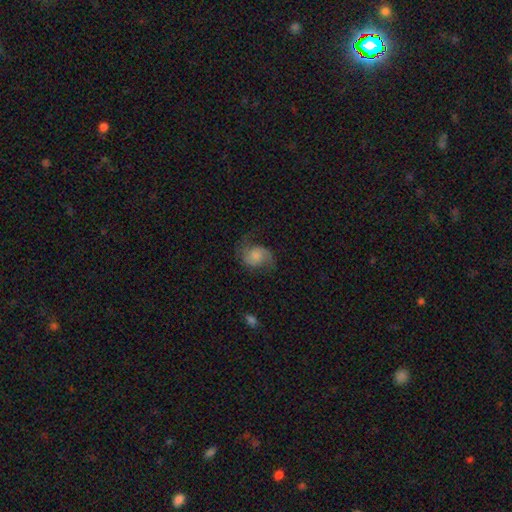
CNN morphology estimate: Smooth or featured? Predicted: featured or disk (p=0.68). Edge-on disk? Predicted: no (p=0.98). Bar? Predicted: no (p=0.70). Spiral arms? Predicted: yes (p=0.95). Spiral winding? Predicted: loose (p=0.47). Spiral arm count? Predicted: 2 (p=0.89). Bulge size? Predicted: none (p=0.30). Merging? Predicted: none (p=0.65).